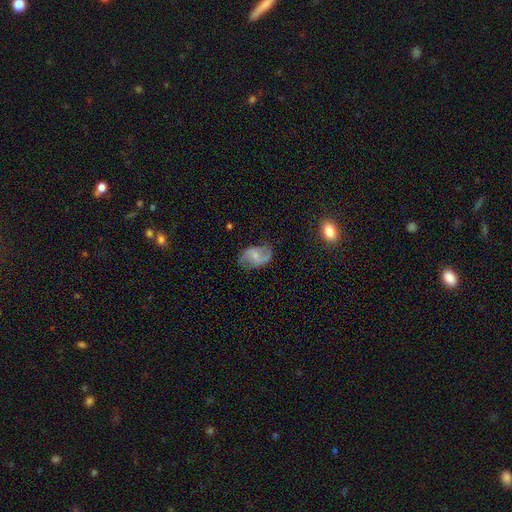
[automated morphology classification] A featured or disk galaxy (69%) with a weak bar (51%), 2 (88%) loose (52%) spiral arms (90%) and a small central bulge (43%).

Vote fractions:
- Smooth or featured? featured or disk: 69% / smooth: 24% / star or artifact: 8%
- Edge-on disk? no: 97% / yes: 3%
- Bar? weak: 51% / no: 33% / strong: 16%
- Spiral arms? yes: 90% / no: 10%
- Spiral winding? loose: 52% / medium: 38% / tight: 11%
- Spiral arm count? 2: 88% / can't tell: 6% / 1: 3% / 3: 1% / 4: 1% / more than 4: 1%
- Bulge size? small: 43% / none: 29% / moderate: 24% / large: 3% / dominant: 1%
- Merging? none: 67% / minor disturbance: 22% / major disturbance: 10% / merger: 2%